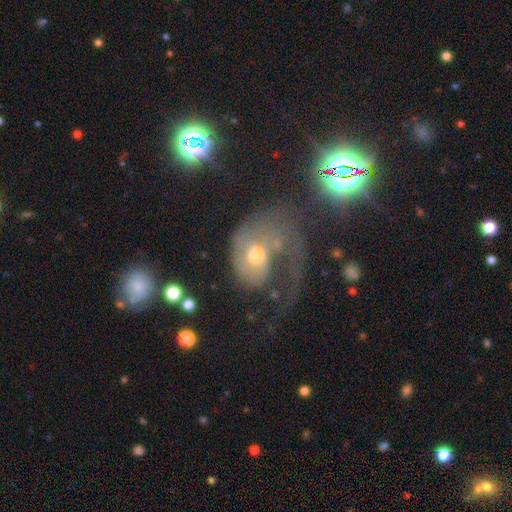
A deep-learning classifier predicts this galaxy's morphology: Q: Smooth or featured?
A: featured or disk (66%); runner-up: smooth (22%)
Q: Edge-on disk?
A: no (97%); runner-up: yes (3%)
Q: Bar?
A: no (73%); runner-up: weak (22%)
Q: Spiral arms?
A: yes (79%); runner-up: no (21%)
Q: Spiral winding?
A: loose (38%); runner-up: medium (36%)
Q: Spiral arm count?
A: 1 (71%); runner-up: 2 (14%)
Q: Bulge size?
A: moderate (68%); runner-up: small (18%)
Q: Merging?
A: major disturbance (53%); runner-up: none (23%)